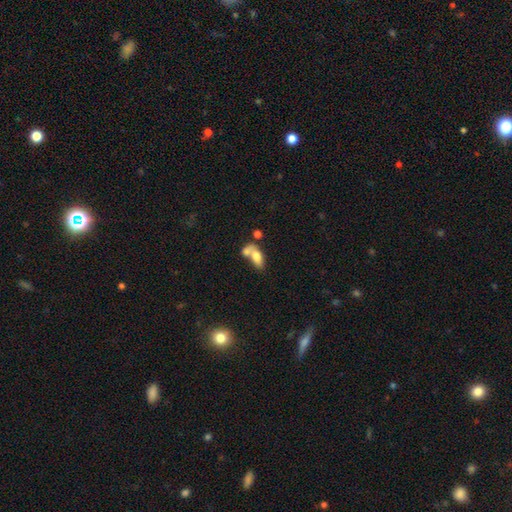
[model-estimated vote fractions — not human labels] Morphology: type=smooth (71%); roundness=in between (85%); merging=merger (58%).